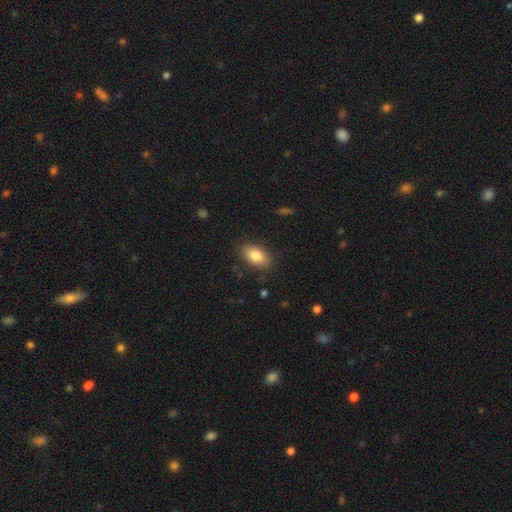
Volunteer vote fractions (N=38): Volunteers were most divided on "smooth or featured": smooth: 82%, featured or disk: 11%, star or artifact: 8%. More confident: how rounded — in between (90%); merging — none (86%).